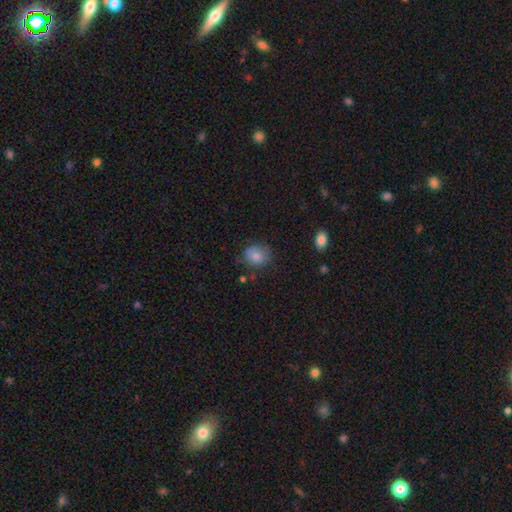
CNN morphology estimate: This is likely a smooth galaxy (78%). How rounded: likely round (64%). Merging: likely none (65%).